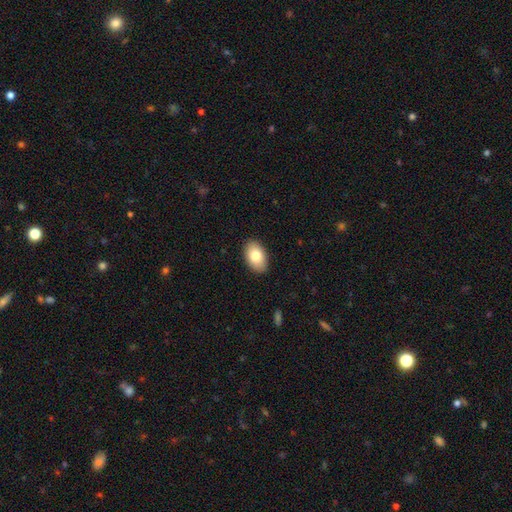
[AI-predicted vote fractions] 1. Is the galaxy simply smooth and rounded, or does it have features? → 79% smooth, 14% featured or disk, 7% star or artifact.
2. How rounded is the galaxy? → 92% in between, 7% round, 1% cigar-shaped.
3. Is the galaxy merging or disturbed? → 89% none, 9% minor disturbance, 2% major disturbance, 1% merger.